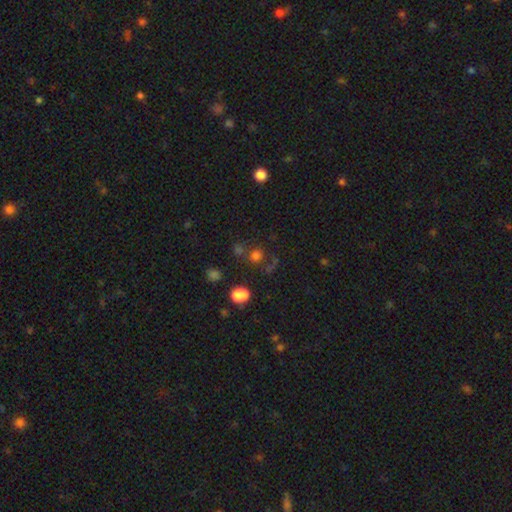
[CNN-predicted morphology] Smooth or featured: smooth — 64% (star or artifact — 27%)
How rounded: round — 87% (in between — 12%)
Merging: none — 63% (merger — 19%)